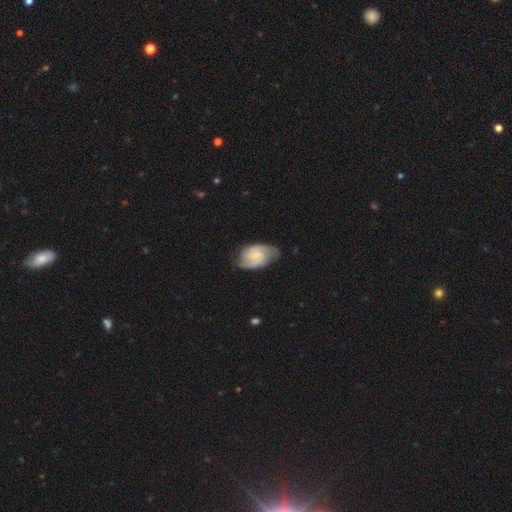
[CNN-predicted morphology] smooth_or_featured: featured or disk (p=0.83) [alt: smooth p=0.13]
disk_edge_on: no (p=0.98) [alt: yes p=0.02]
bar: weak (p=0.47) [alt: no p=0.44]
has_spiral_arms: yes (p=0.97) [alt: no p=0.03]
spiral_winding: medium (p=0.46) [alt: tight p=0.44]
spiral_arm_count: 2 (p=0.83) [alt: can't tell p=0.06]
bulge_size: small (p=0.60) [alt: moderate p=0.20]
merging: none (p=0.74) [alt: minor disturbance p=0.20]